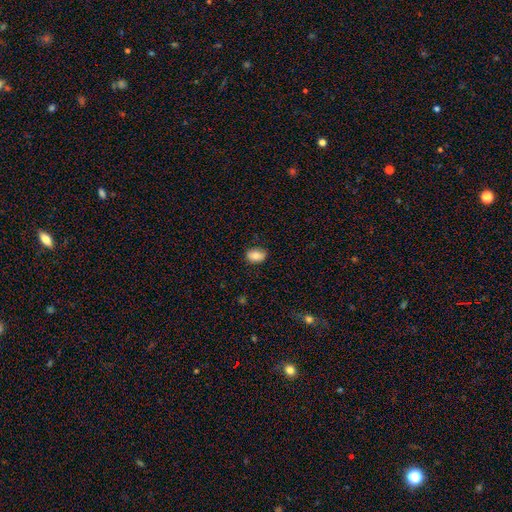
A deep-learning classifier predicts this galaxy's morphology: A smooth galaxy with no disk features (81%) that is in between round and cigar-shaped (82%). Merging: none (84%).